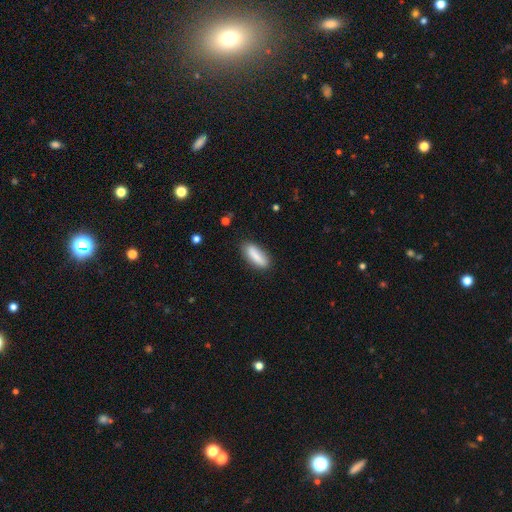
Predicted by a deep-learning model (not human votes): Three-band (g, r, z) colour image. It shows a smooth galaxy with no disk features (82%) that is in between round and cigar-shaped (56%). Merging: none (83%).